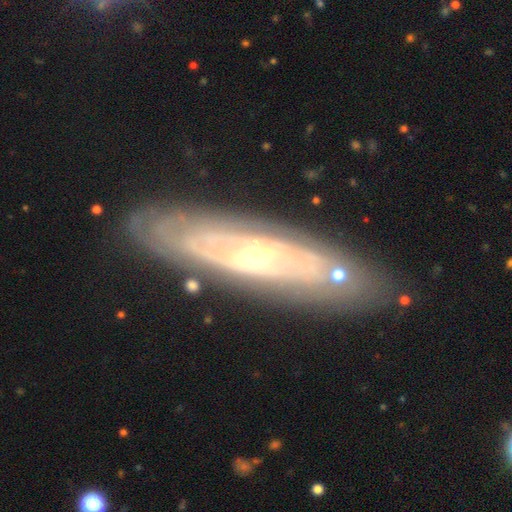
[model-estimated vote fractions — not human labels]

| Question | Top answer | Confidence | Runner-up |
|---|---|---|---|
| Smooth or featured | featured or disk | 80% | smooth (13%) |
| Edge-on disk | no | 71% | yes (29%) |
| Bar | no | 64% | weak (26%) |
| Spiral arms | yes | 80% | no (20%) |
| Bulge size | small | 71% | moderate (25%) |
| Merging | none | 83% | minor disturbance (12%) |